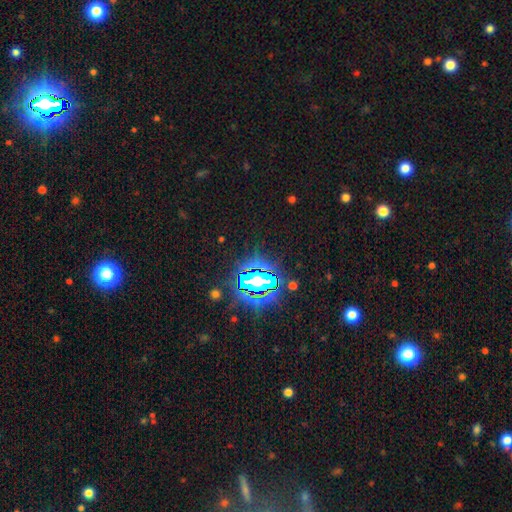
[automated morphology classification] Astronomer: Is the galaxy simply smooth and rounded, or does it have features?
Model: star or artifact — 83%.